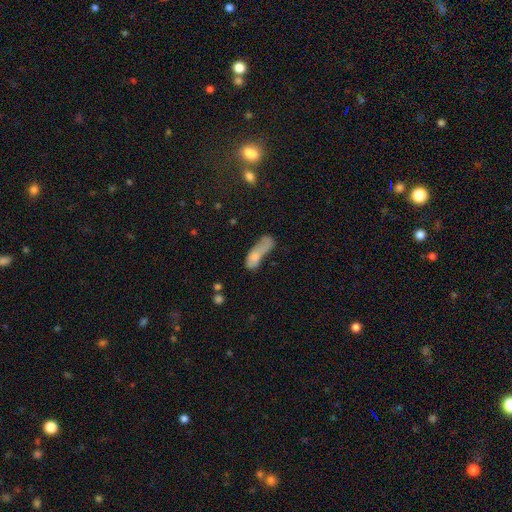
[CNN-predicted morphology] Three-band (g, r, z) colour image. It shows a smooth galaxy with no disk features (67%) that is in between round and cigar-shaped (54%). Merging: major disturbance (33%).